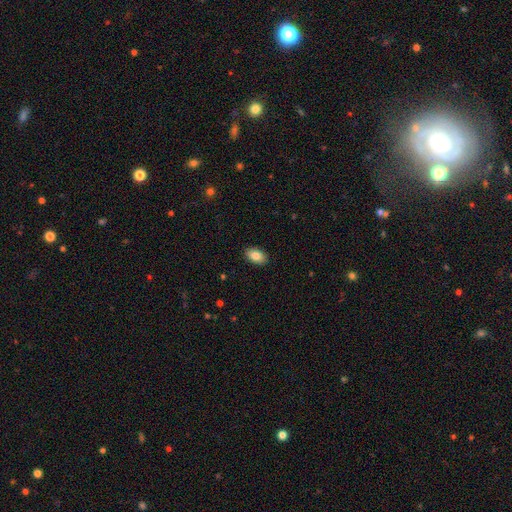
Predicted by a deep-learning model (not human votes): Q: Smooth or featured?
A: smooth (84%); runner-up: featured or disk (8%)
Q: How rounded?
A: in between (92%); runner-up: round (7%)
Q: Merging?
A: none (90%); runner-up: minor disturbance (8%)